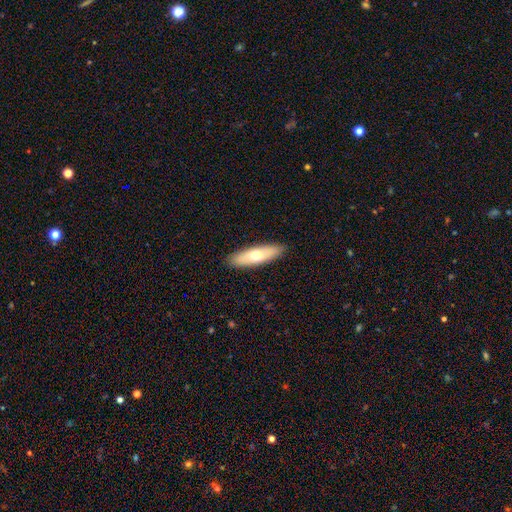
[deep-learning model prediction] Morphology: type=smooth (61%); roundness=cigar-shaped (58%); merging=none (89%).